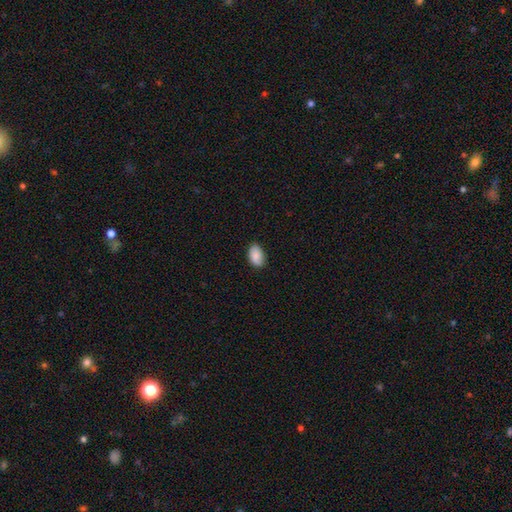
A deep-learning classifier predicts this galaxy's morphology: Smooth or featured? Predicted: smooth (p=0.88). How rounded? Predicted: in between (p=0.92). Merging? Predicted: none (p=0.82).